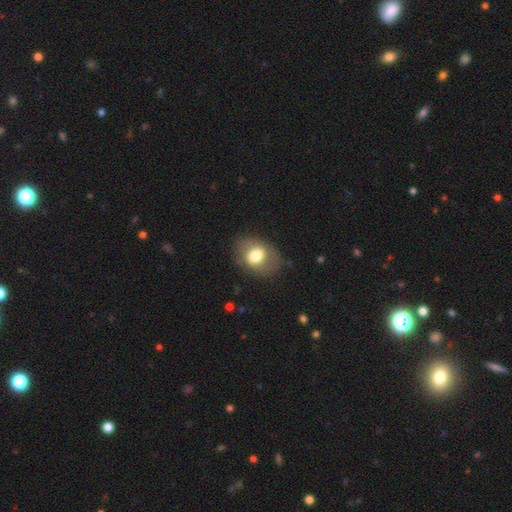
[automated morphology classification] Smooth or featured? Predicted: smooth (p=0.67). How rounded? Predicted: in between (p=0.67). Merging? Predicted: none (p=0.75).